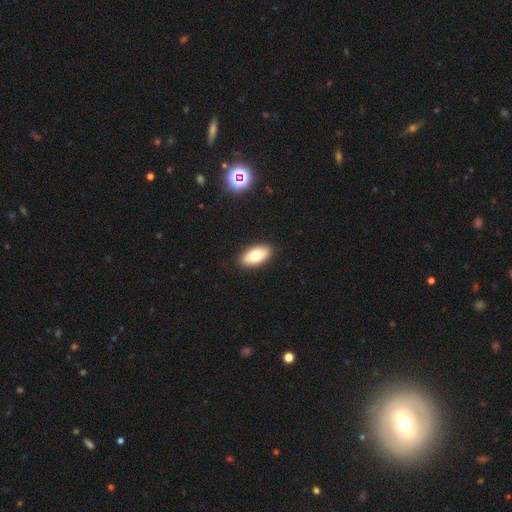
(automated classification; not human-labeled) This is likely a smooth galaxy (75%). How rounded: clearly in between (93%). Merging: clearly none (90%).